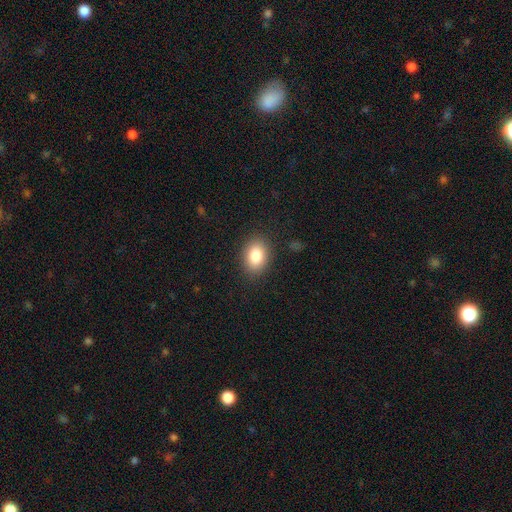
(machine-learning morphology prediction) Smooth or featured? Predicted: smooth (p=0.84). How rounded? Predicted: in between (p=0.74). Merging? Predicted: none (p=0.87).